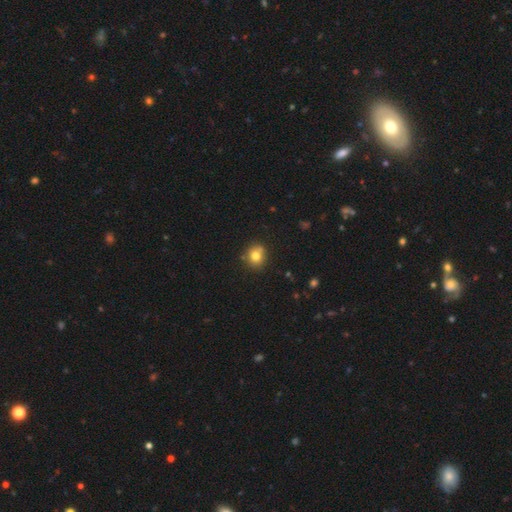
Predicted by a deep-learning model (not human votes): smooth 77%, star or artifact 12%, featured or disk 11%. Down the decision tree: how rounded — round (82%); merging — none (75%).